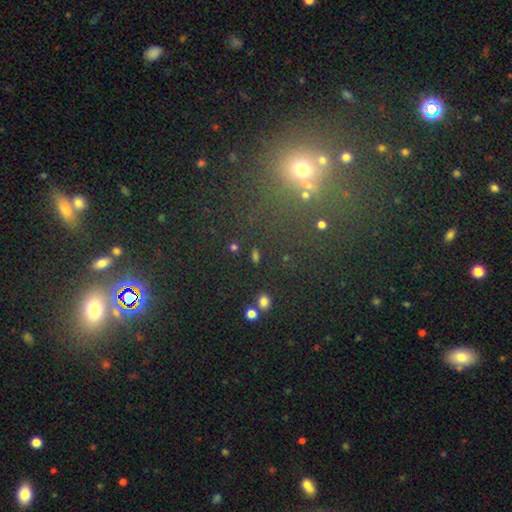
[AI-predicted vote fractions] Smooth or featured? Predicted: smooth (p=0.46). Merging? Predicted: none (p=0.77).